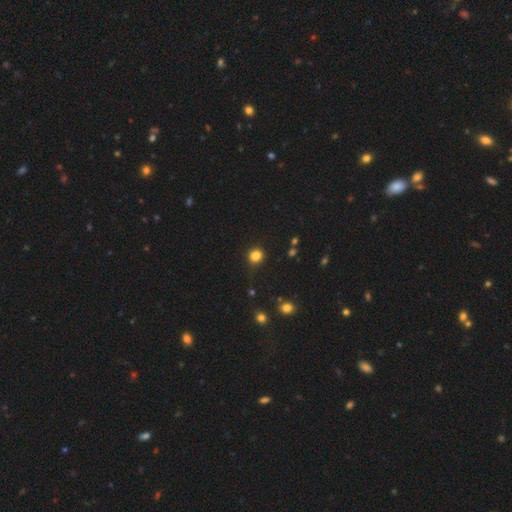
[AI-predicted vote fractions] Smooth or featured?
  - smooth: 82% *
  - star or artifact: 14%
  - featured or disk: 4%
How rounded?
  - round: 74% *
  - in between: 25%
  - cigar-shaped: 1%
Merging?
  - none: 78% *
  - minor disturbance: 14%
  - merger: 5%
  - major disturbance: 4%